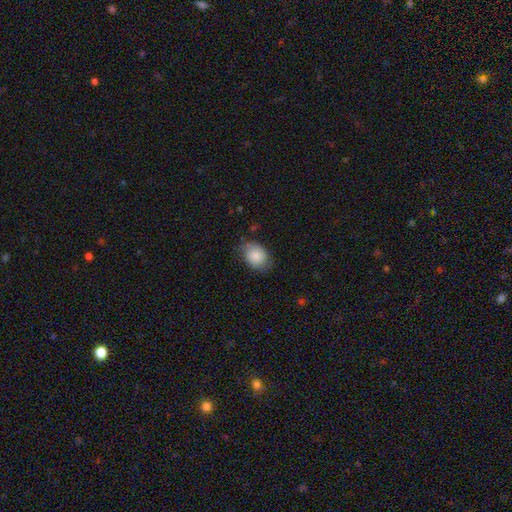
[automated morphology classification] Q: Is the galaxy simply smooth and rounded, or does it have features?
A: smooth — 80%.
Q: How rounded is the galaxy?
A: in between — 68%.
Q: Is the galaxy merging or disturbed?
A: none — 64%.